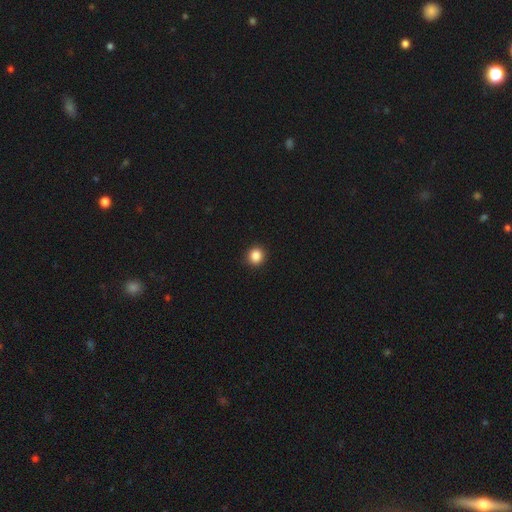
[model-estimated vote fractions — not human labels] Q: Smooth or featured?
A: smooth (87%); runner-up: star or artifact (10%)
Q: How rounded?
A: round (90%); runner-up: in between (9%)
Q: Merging?
A: none (92%); runner-up: minor disturbance (5%)